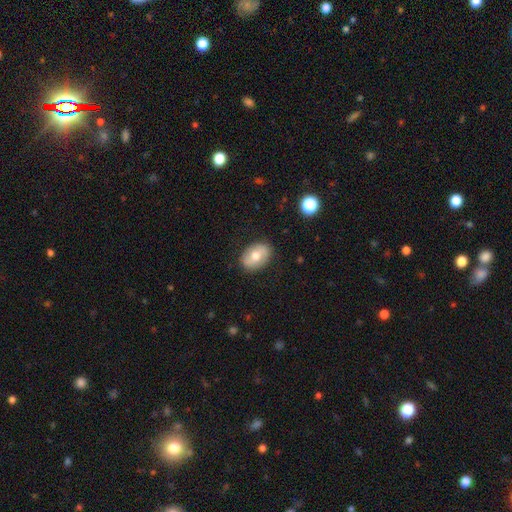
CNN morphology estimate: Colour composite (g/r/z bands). It shows a smooth galaxy with no disk features (59%) that is in between round and cigar-shaped (79%). Merging: none (84%).